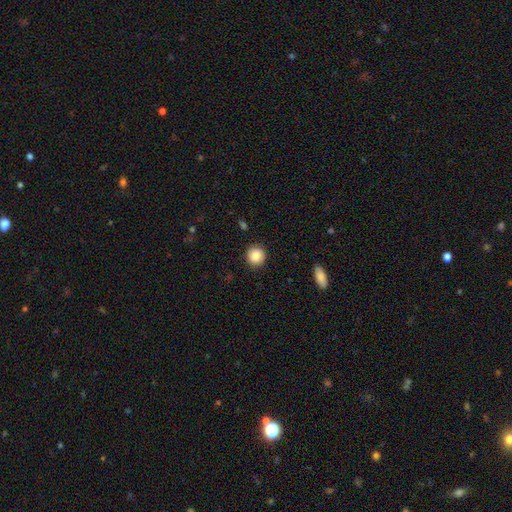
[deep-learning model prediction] Smooth or featured? Predicted: smooth (p=0.88). How rounded? Predicted: round (p=0.92). Merging? Predicted: none (p=0.91).